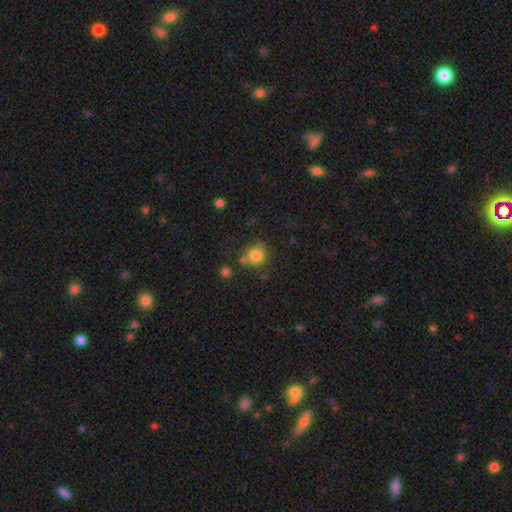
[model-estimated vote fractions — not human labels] Smooth or featured?
  - smooth: 81% *
  - star or artifact: 12%
  - featured or disk: 7%
How rounded?
  - round: 91% *
  - in between: 8%
  - cigar-shaped: 1%
Merging?
  - none: 70% *
  - minor disturbance: 14%
  - merger: 11%
  - major disturbance: 5%